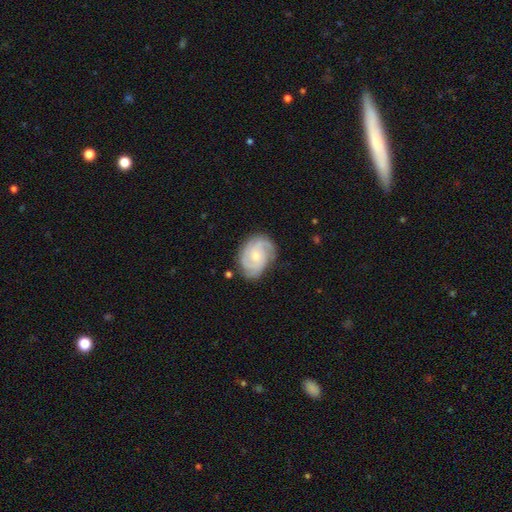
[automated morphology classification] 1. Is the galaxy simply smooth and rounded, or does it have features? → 86% featured or disk, 10% smooth, 5% star or artifact.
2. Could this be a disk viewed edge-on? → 98% no, 2% yes.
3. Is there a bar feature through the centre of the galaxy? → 71% no, 26% weak, 4% strong.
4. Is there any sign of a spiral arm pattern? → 97% yes, 3% no.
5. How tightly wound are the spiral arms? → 59% tight, 34% medium, 6% loose.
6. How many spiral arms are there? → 46% 3, 25% 2, 13% can't tell, 7% 4, 4% 1, 4% more than 4.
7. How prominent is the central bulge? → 59% small, 36% moderate, 2% none, 1% large, 1% dominant.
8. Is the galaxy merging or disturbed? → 77% none, 17% minor disturbance, 4% major disturbance, 1% merger.